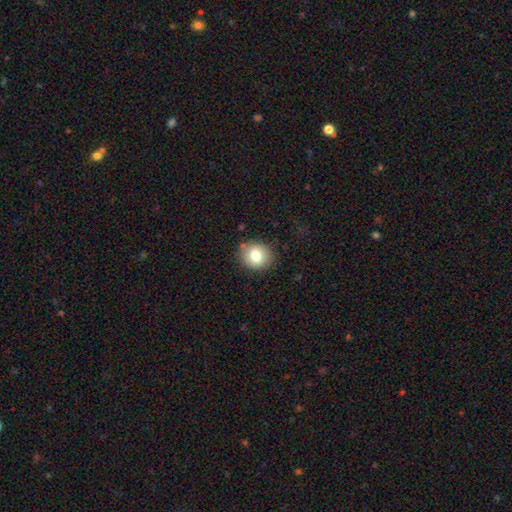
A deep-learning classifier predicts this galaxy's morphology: This appears to be a smooth galaxy with no disk features (79%) that is round (80%). Merging: none (85%).